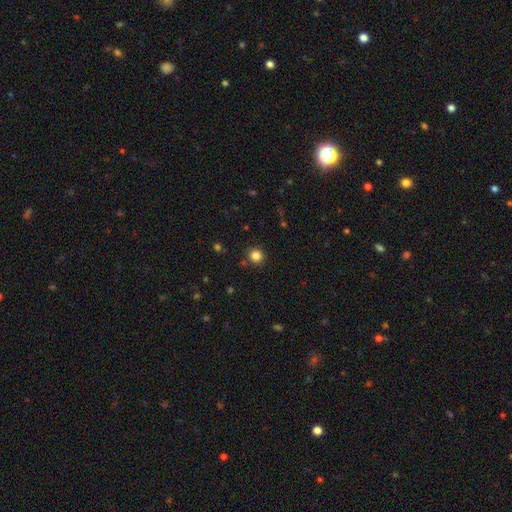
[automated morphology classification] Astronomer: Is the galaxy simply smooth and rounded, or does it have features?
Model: smooth — 84%.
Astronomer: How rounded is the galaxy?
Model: round — 92%.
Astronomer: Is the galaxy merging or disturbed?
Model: none — 89%.